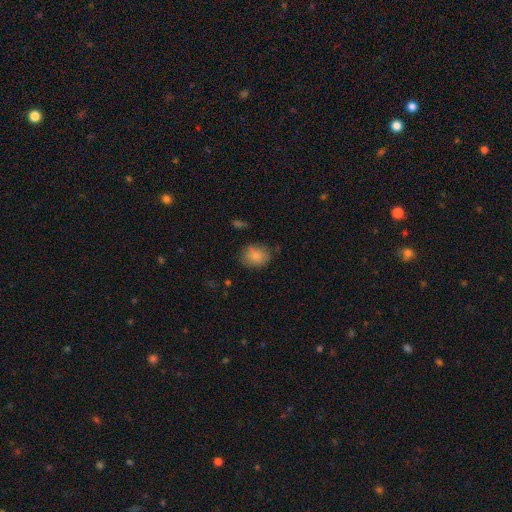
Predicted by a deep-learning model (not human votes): Overall: smooth (82%). How rounded: in between (50%; round 49%). Merging: none (75%).